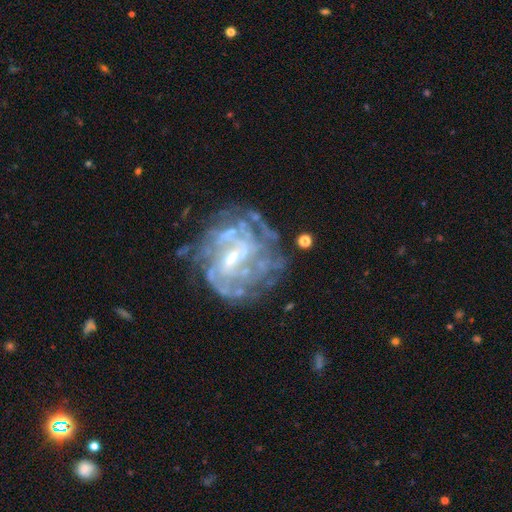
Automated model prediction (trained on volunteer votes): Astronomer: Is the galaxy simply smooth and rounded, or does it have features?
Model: featured or disk — 76%.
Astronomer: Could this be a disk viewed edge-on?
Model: no — 96%.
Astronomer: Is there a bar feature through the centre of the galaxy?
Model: weak — 42% (runner-up: strong, 38%).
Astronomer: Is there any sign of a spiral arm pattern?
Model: yes — 87%.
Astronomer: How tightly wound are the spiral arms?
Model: tight — 58%.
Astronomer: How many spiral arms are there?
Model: can't tell — 39% (runner-up: 2, 18%).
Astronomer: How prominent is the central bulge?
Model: small — 56% (runner-up: moderate, 32%).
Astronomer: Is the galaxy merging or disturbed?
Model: none — 71%.